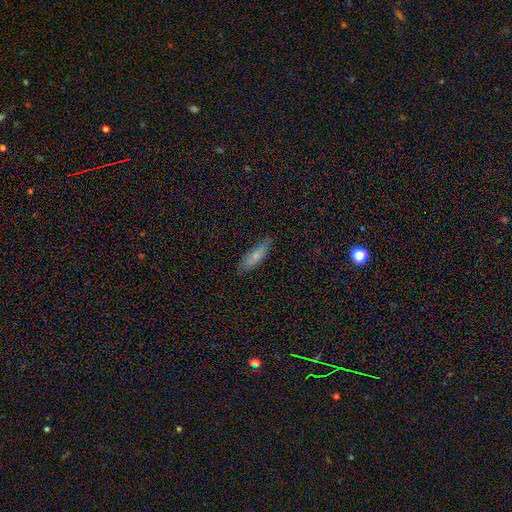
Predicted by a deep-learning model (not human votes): The model was most divided on "how rounded": cigar-shaped: 54%, in between: 44%, round: 2%. More confident: merging — none (81%); smooth or featured — smooth (73%).